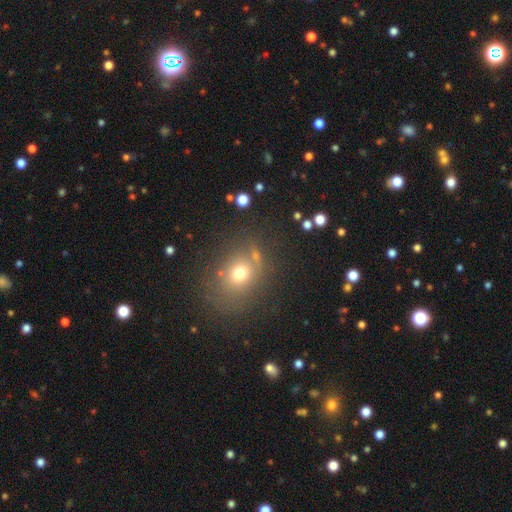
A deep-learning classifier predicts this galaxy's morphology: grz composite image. It shows a smooth galaxy with no disk features (65%) that is round (64%). Merging: none (74%).